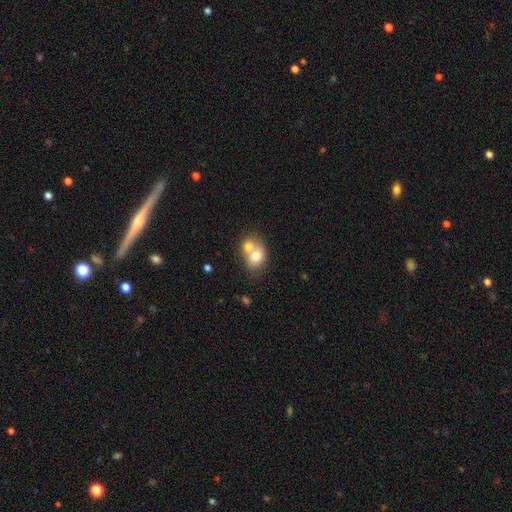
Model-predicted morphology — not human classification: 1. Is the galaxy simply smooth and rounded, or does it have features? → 68% smooth, 23% featured or disk, 9% star or artifact.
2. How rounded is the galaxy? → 50% round, 49% in between, 1% cigar-shaped.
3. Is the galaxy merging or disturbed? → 66% merger, 24% none, 7% minor disturbance, 3% major disturbance.